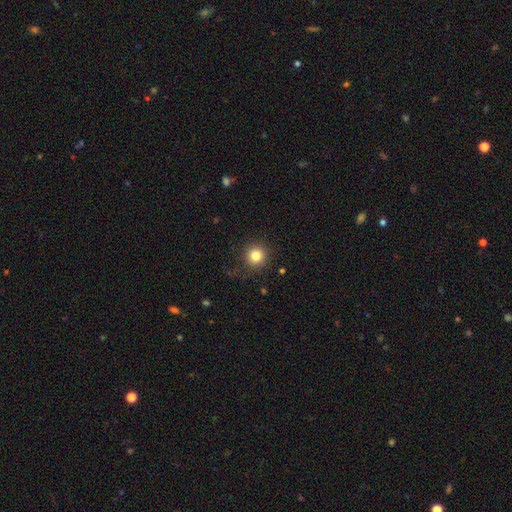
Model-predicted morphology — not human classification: Overall: smooth (82%). How rounded: round (94%). Merging: none (88%).